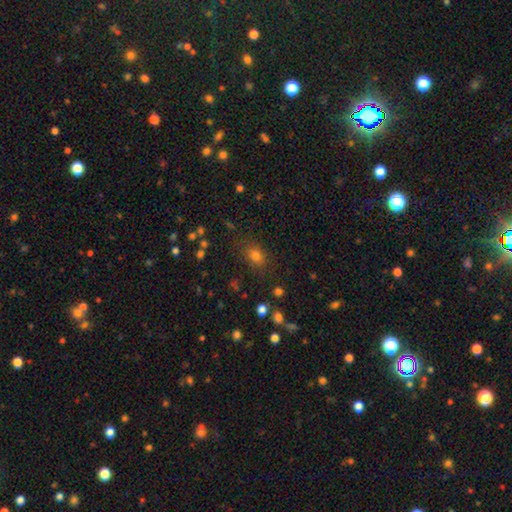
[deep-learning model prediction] Smooth or featured: smooth — 74% (star or artifact — 18%)
How rounded: in between — 56% (round — 42%)
Merging: none — 81% (minor disturbance — 12%)